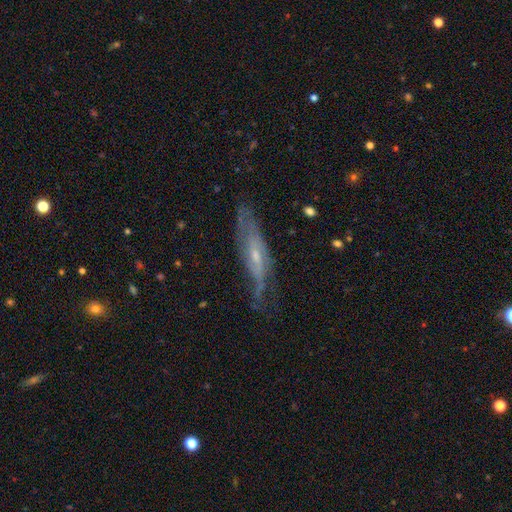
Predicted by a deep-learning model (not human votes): A featured or disk galaxy (70%).

Vote fractions:
- Smooth or featured? featured or disk: 70% / smooth: 22% / star or artifact: 8%
- Edge-on disk? no: 53% / yes: 47%
- Merging? none: 61% / minor disturbance: 26% / major disturbance: 11% / merger: 2%